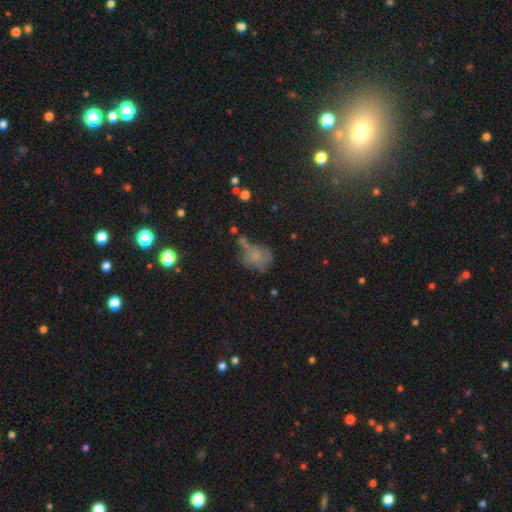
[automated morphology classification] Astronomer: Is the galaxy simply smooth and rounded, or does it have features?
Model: smooth — 54%.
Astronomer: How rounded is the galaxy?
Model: in between — 50% (runner-up: round, 48%).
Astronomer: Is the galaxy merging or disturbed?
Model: none — 33% (runner-up: minor disturbance, 27%).